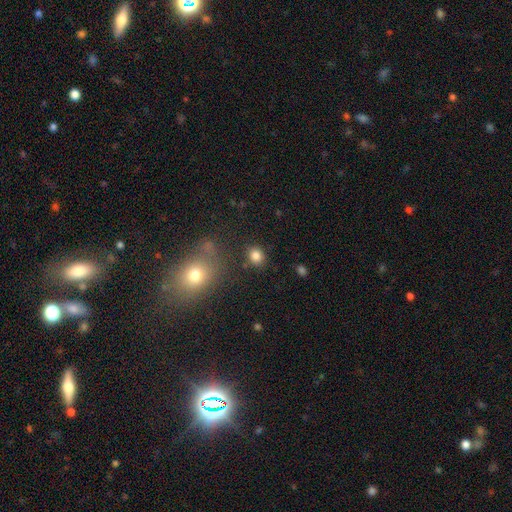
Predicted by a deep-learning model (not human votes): Smooth or featured?
  - smooth: 83% *
  - star or artifact: 12%
  - featured or disk: 5%
How rounded?
  - round: 65% *
  - in between: 34%
  - cigar-shaped: 1%
Merging?
  - none: 83% *
  - minor disturbance: 9%
  - merger: 5%
  - major disturbance: 3%